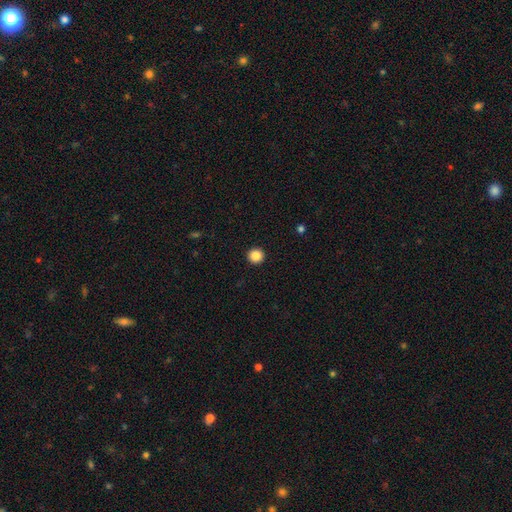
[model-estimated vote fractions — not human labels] This is clearly a smooth galaxy (87%). How rounded: clearly round (96%). Merging: clearly none (94%).